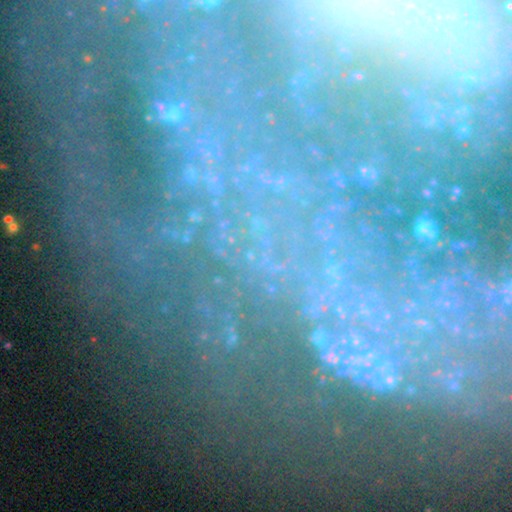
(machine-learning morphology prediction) Q: Smooth or featured?
A: star or artifact (47%); runner-up: featured or disk (39%)